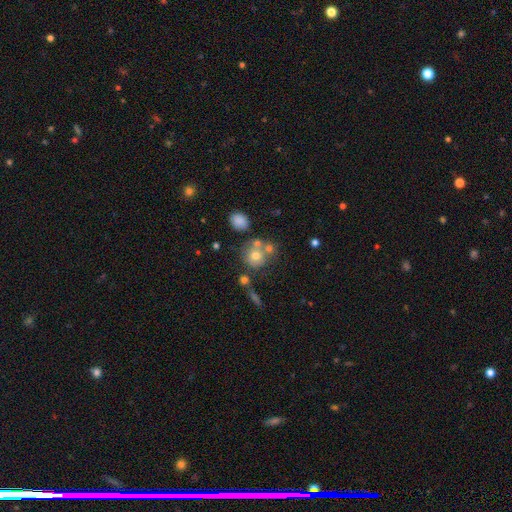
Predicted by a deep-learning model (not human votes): Smooth or featured? Predicted: smooth (p=0.63). How rounded? Predicted: round (p=0.83). Merging? Predicted: none (p=0.47).